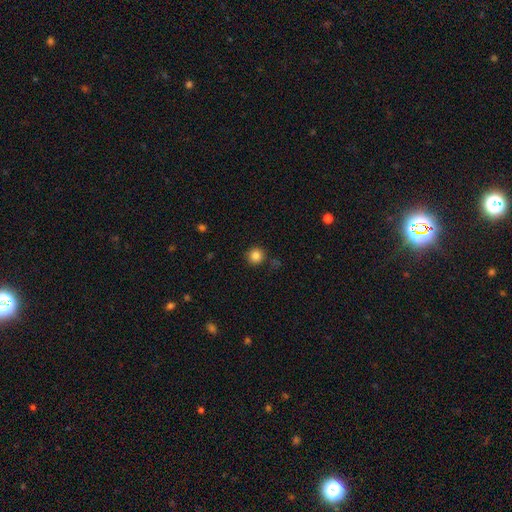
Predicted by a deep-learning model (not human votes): The model was most divided on "smooth or featured": smooth: 85%, star or artifact: 11%, featured or disk: 4%. More confident: how rounded — round (94%); merging — none (88%).